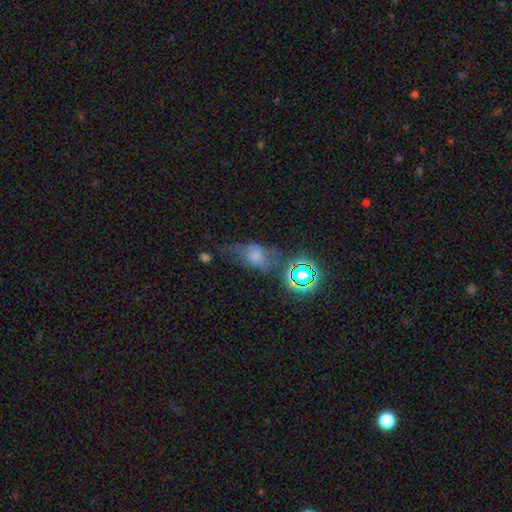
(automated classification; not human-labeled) The model was most divided on "merging": major disturbance: 33%, none: 31%, minor disturbance: 27%, merger: 9%. More confident: how rounded — in between (69%); smooth or featured — smooth (51%).